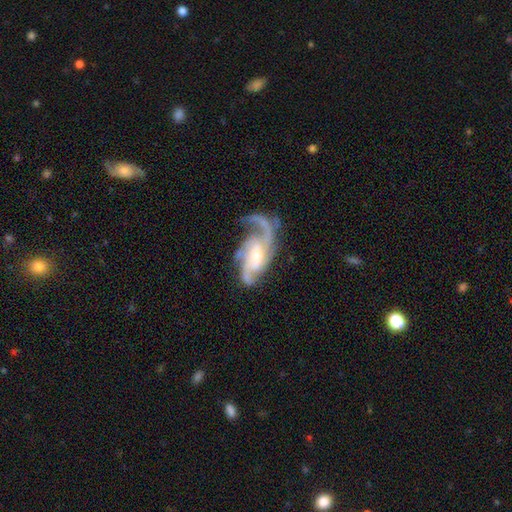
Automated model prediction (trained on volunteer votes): Smooth or featured? Predicted: featured or disk (p=0.89). Edge-on disk? Predicted: no (p=0.97). Bar? Predicted: no (p=0.45). Spiral arms? Predicted: yes (p=0.97). Spiral winding? Predicted: medium (p=0.46). Spiral arm count? Predicted: 3 (p=0.36). Bulge size? Predicted: small (p=0.53). Merging? Predicted: none (p=0.49).